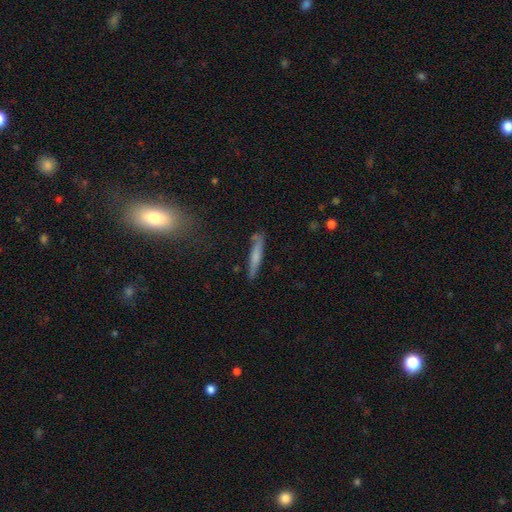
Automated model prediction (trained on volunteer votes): Smooth or featured? Predicted: smooth (p=0.61). How rounded? Predicted: cigar-shaped (p=0.92). Merging? Predicted: none (p=0.80).